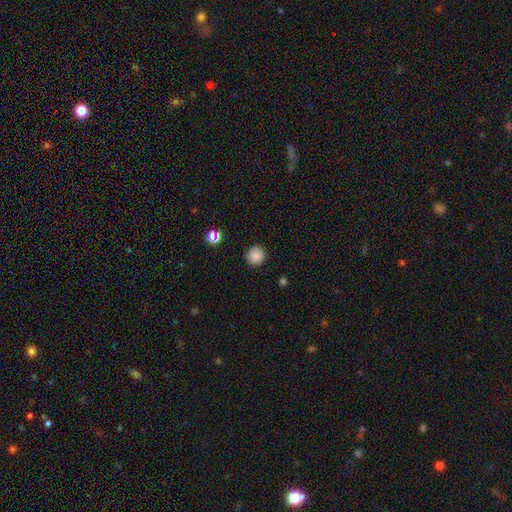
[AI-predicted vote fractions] Q: Smooth or featured?
A: smooth (86%); runner-up: star or artifact (11%)
Q: How rounded?
A: round (95%); runner-up: in between (4%)
Q: Merging?
A: none (91%); runner-up: minor disturbance (6%)